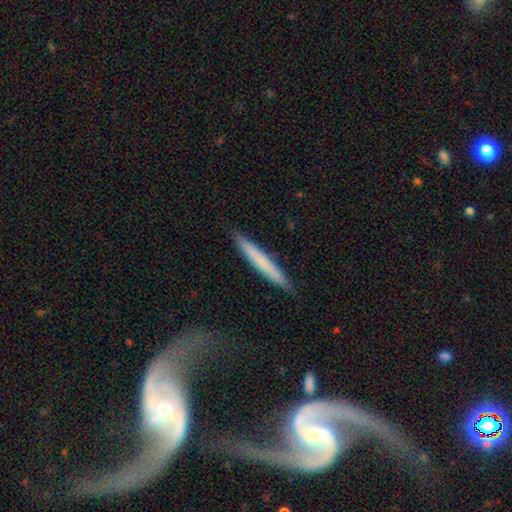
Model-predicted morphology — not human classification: type=smooth (60%); roundness=cigar-shaped (96%); merging=none (83%).